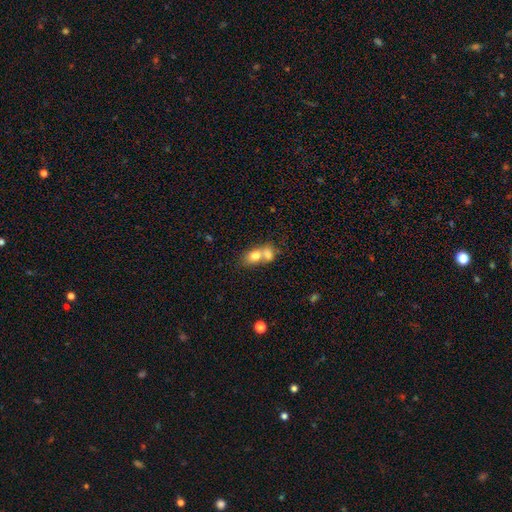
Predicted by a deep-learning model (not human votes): Morphology: type=smooth (75%); roundness=in between (69%); merging=merger (71%).